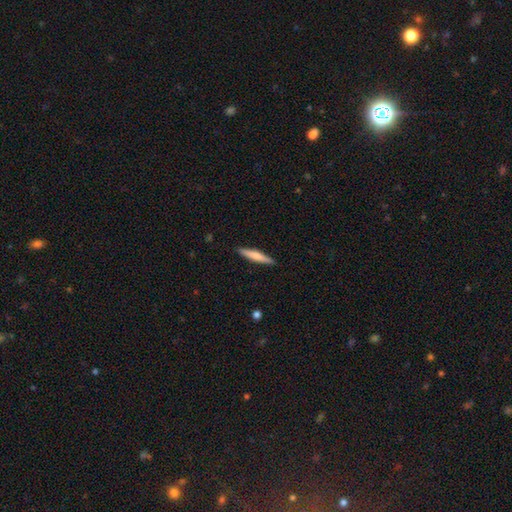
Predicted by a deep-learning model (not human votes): smooth_or_featured: smooth (p=0.64) [alt: featured or disk p=0.31]
how_rounded: cigar-shaped (p=0.91) [alt: in between p=0.08]
merging: none (p=0.90) [alt: minor disturbance p=0.07]